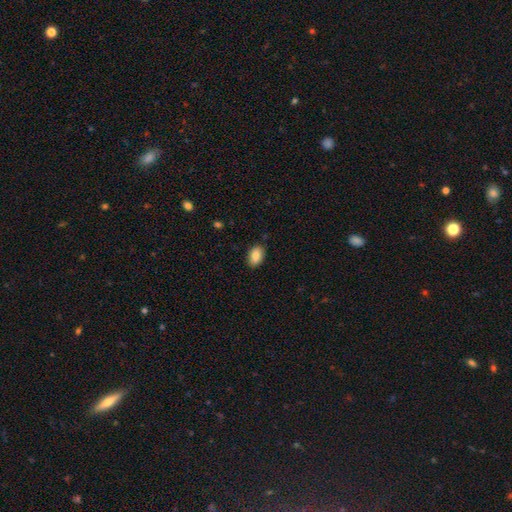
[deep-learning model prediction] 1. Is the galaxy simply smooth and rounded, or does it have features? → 85% smooth, 8% star or artifact, 7% featured or disk.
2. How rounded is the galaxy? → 88% in between, 11% round, 1% cigar-shaped.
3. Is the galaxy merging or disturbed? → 88% none, 9% minor disturbance, 2% major disturbance, 1% merger.